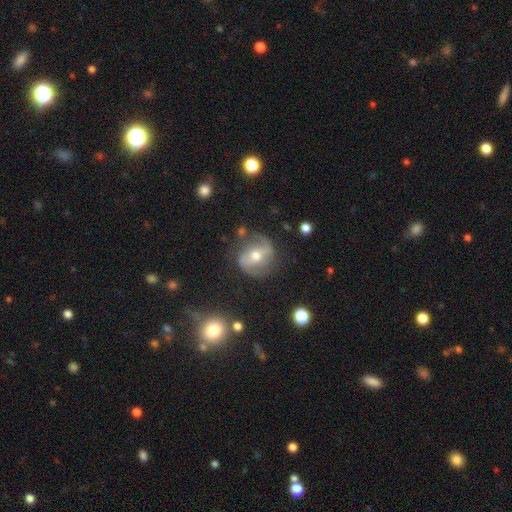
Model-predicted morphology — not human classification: The model was most divided on "bar": strong: 38%, weak: 36%, no: 26%. More confident: edge-on disk — no (95%); spiral arms — yes (76%); merging — none (72%); bulge size — moderate (69%); smooth or featured — featured or disk (67%).